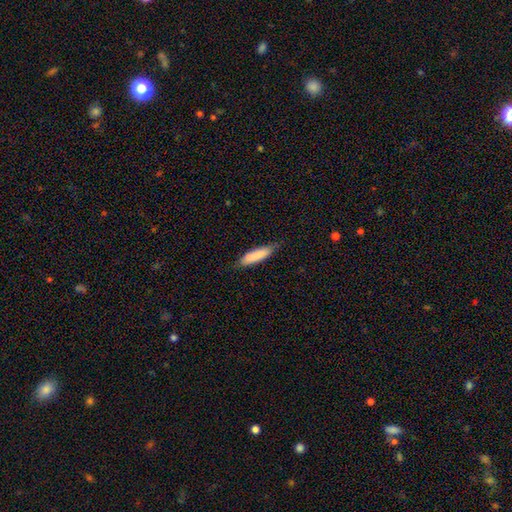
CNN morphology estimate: smooth-or-featured: smooth: 84% | featured or disk: 10% | star or artifact: 6%
  how-rounded: cigar-shaped: 71% | in between: 28% | round: 1%
  merging: none: 74% | minor disturbance: 21% | major disturbance: 3% | merger: 1%